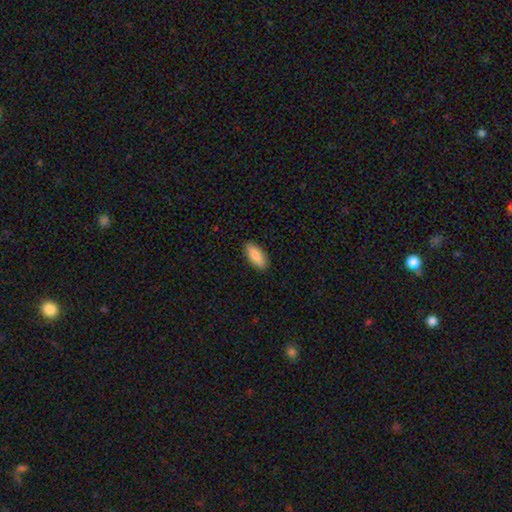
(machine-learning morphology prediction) type=smooth (84%); roundness=in between (77%); merging=none (88%).